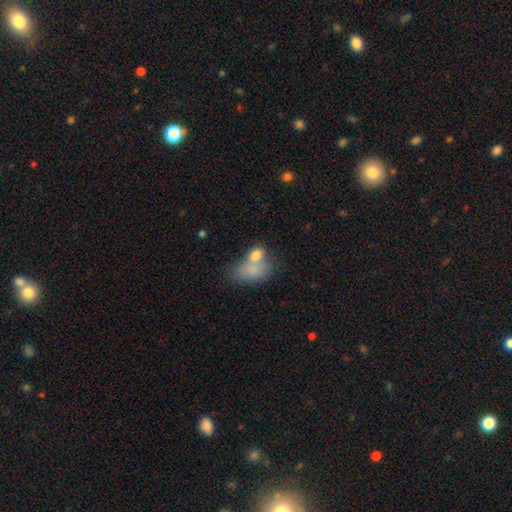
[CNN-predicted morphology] Q: Smooth or featured?
A: smooth (76%); runner-up: featured or disk (15%)
Q: How rounded?
A: in between (77%); runner-up: round (21%)
Q: Merging?
A: merger (55%); runner-up: none (23%)